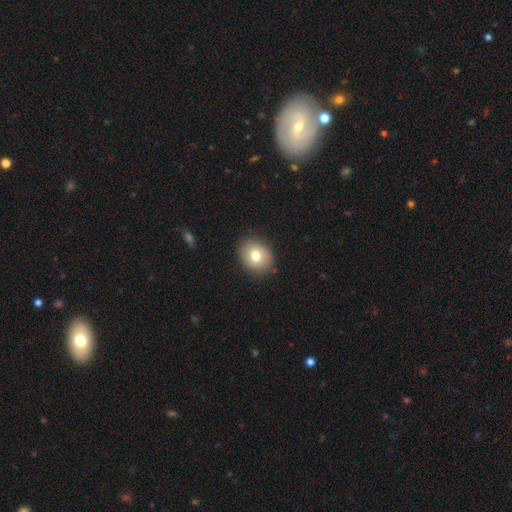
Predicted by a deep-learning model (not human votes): This is likely a smooth galaxy (76%). How rounded: possibly round (56%). Merging: clearly none (87%).